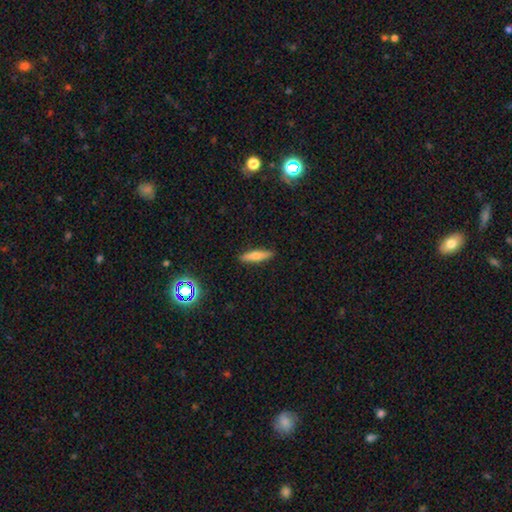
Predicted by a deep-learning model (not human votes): Smooth or featured: smooth — 69% (featured or disk — 24%)
How rounded: cigar-shaped — 80% (in between — 19%)
Merging: none — 89% (minor disturbance — 8%)